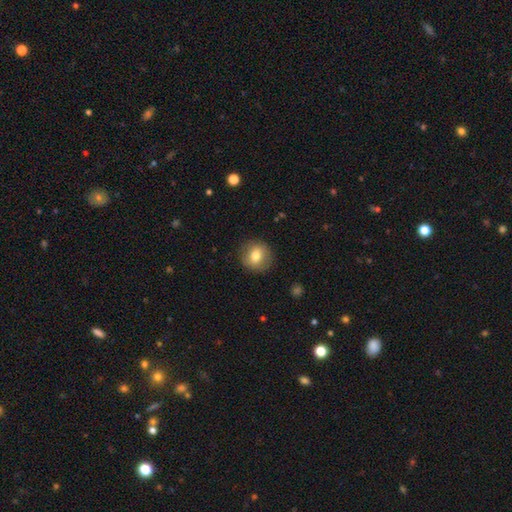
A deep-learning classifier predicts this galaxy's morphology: Smooth or featured: smooth — 76% (featured or disk — 15%)
How rounded: round — 88% (in between — 11%)
Merging: none — 88% (minor disturbance — 8%)